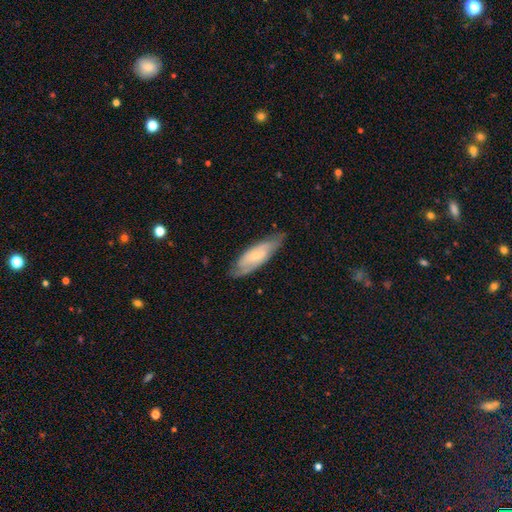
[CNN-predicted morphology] Smooth or featured: featured or disk — 58% (smooth — 36%)
Edge-on disk: no — 79% (yes — 21%)
Merging: none — 74% (minor disturbance — 20%)